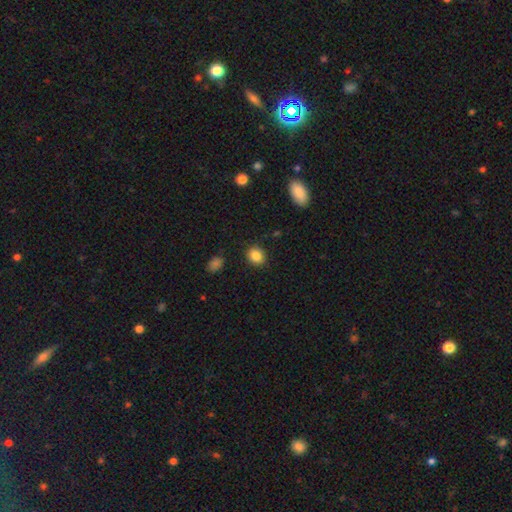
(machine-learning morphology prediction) Smooth or featured?
  - smooth: 86% *
  - star or artifact: 9%
  - featured or disk: 5%
How rounded?
  - round: 68% *
  - in between: 31%
  - cigar-shaped: 1%
Merging?
  - none: 89% *
  - minor disturbance: 7%
  - major disturbance: 2%
  - merger: 1%